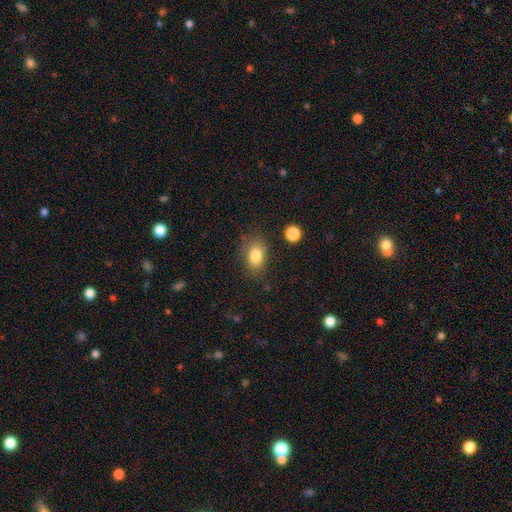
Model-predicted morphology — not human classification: Overall: smooth (81%). How rounded: in between (77%). Merging: none (74%).